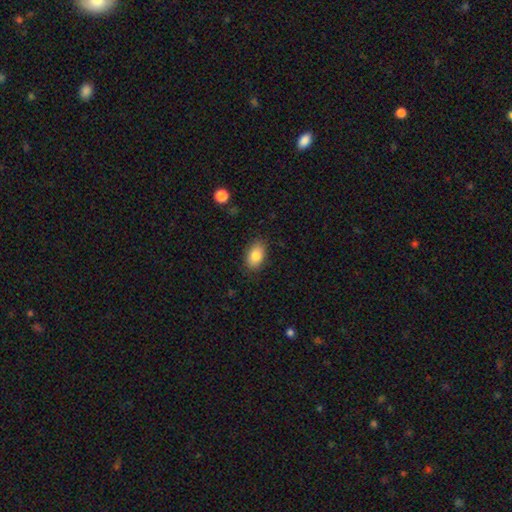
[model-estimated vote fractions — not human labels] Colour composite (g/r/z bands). It shows a smooth galaxy with no disk features (85%) that is in between round and cigar-shaped (90%). Merging: none (86%).